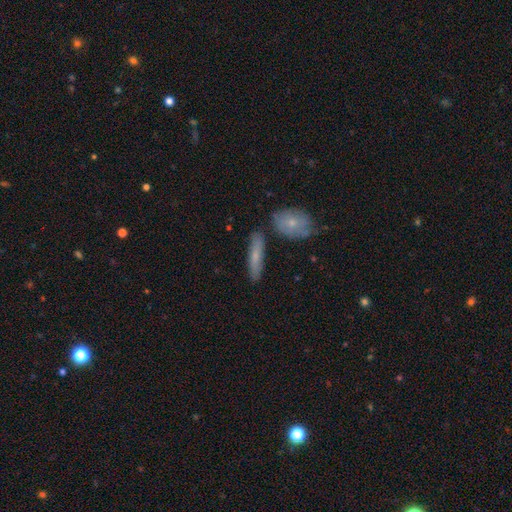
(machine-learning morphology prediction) This is likely a smooth galaxy (66%). How rounded: likely cigar-shaped (73%). Merging: likely none (78%).